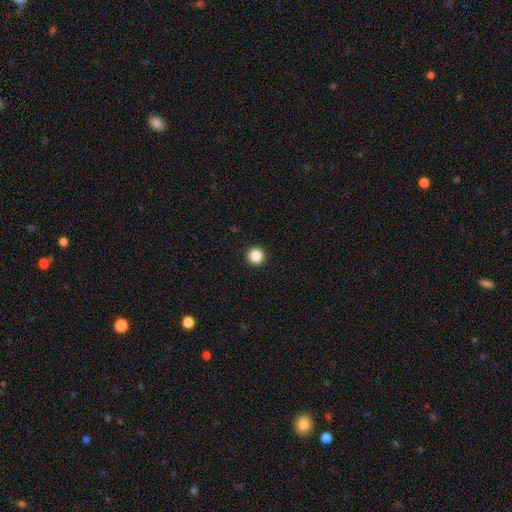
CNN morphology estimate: The model was most divided on "smooth or featured": smooth: 86%, star or artifact: 10%, featured or disk: 3%. More confident: how rounded — round (96%); merging — none (94%).